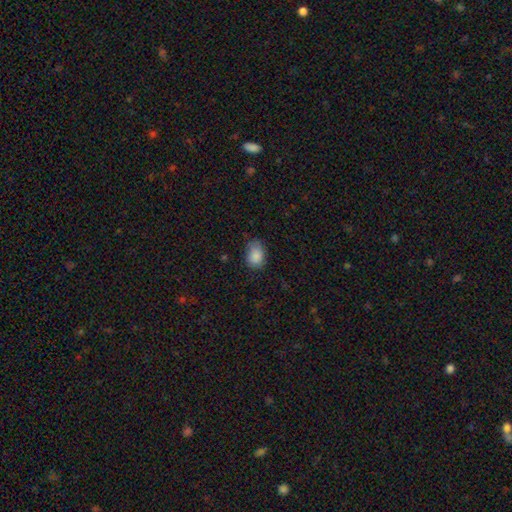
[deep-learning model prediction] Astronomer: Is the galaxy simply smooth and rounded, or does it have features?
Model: smooth — 86%.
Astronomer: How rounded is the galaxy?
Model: in between — 78%.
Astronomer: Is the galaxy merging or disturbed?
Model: none — 65%.